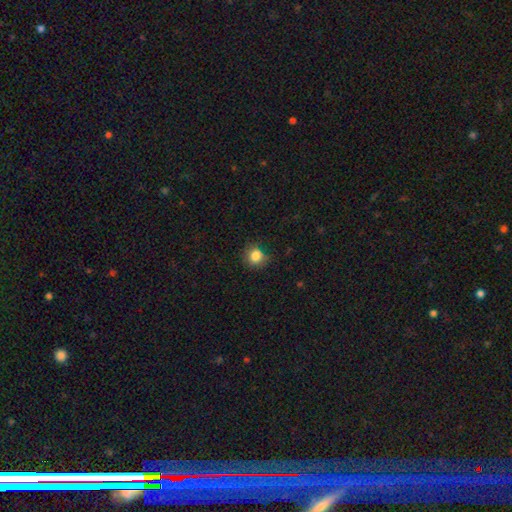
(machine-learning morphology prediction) Smooth or featured?
  - smooth: 83% *
  - star or artifact: 11%
  - featured or disk: 5%
How rounded?
  - round: 83% *
  - in between: 16%
  - cigar-shaped: 1%
Merging?
  - none: 75% *
  - minor disturbance: 19%
  - major disturbance: 5%
  - merger: 1%